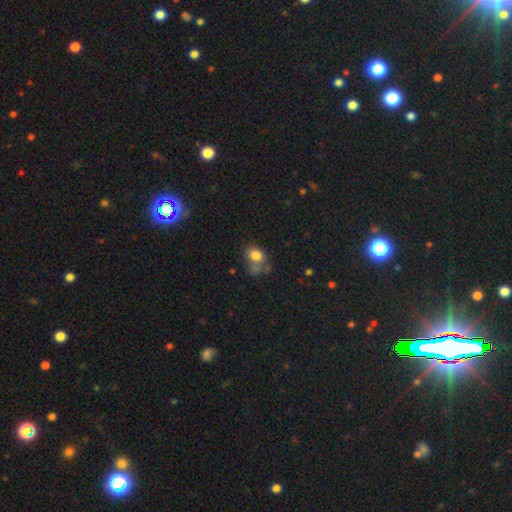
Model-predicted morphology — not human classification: Smooth or featured?
  - smooth: 78% *
  - featured or disk: 11%
  - star or artifact: 11%
How rounded?
  - in between: 64% *
  - round: 34%
  - cigar-shaped: 1%
Merging?
  - none: 40% *
  - merger: 23%
  - minor disturbance: 22%
  - major disturbance: 16%